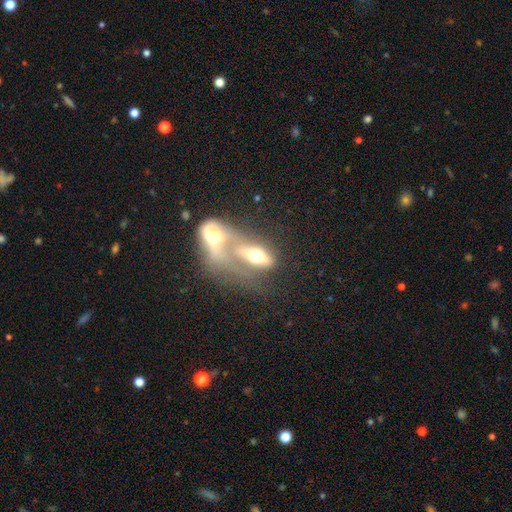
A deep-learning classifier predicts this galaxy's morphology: This appears to be a featured or disk galaxy (49%). Merging: merger (71%).